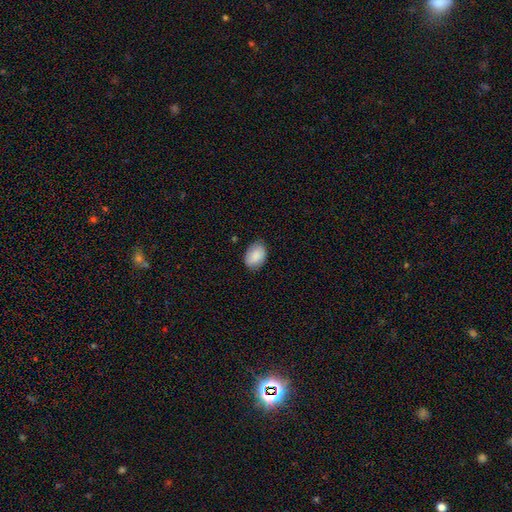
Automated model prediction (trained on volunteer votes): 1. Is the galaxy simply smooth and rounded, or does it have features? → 88% smooth, 6% star or artifact, 6% featured or disk.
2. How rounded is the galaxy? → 85% in between, 14% round, 1% cigar-shaped.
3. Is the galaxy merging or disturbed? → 78% none, 18% minor disturbance, 3% major disturbance, 1% merger.